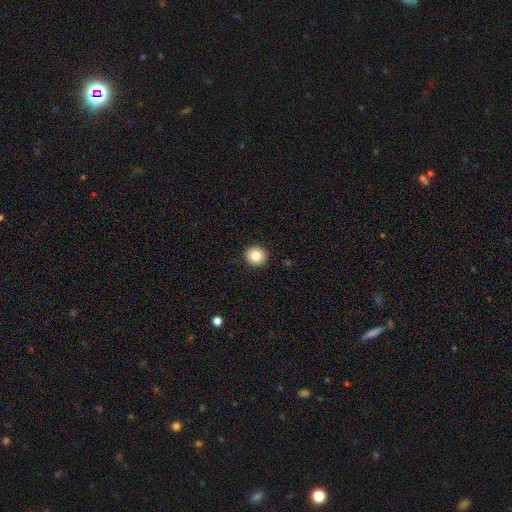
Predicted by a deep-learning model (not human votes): Smooth or featured: smooth — 83% (star or artifact — 9%)
How rounded: round — 88% (in between — 11%)
Merging: none — 93% (minor disturbance — 5%)